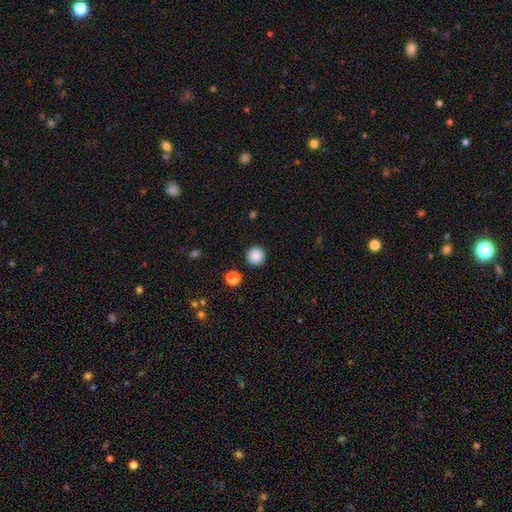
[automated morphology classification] Smooth or featured? smooth (88%)
How rounded? round (95%)
Merging? none (91%)